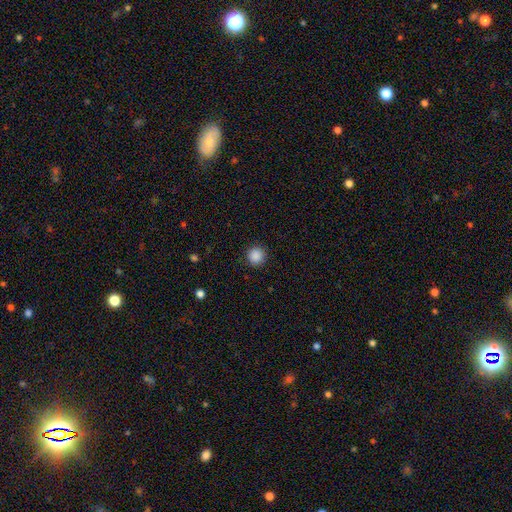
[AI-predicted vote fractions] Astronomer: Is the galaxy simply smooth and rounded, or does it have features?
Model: smooth — 88%.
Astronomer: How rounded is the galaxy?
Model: round — 94%.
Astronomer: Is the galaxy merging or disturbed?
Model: none — 92%.